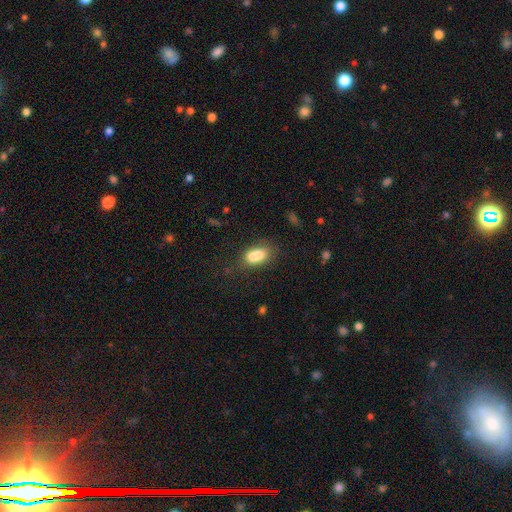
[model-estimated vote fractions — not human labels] smooth 75%, featured or disk 15%, star or artifact 10%. Down the decision tree: how rounded — in between (83%); merging — none (41%).